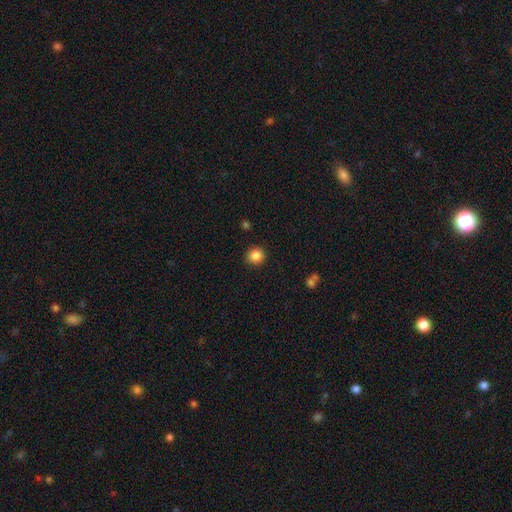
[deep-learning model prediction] This is clearly a smooth galaxy (86%). How rounded: clearly round (93%). Merging: clearly none (91%).